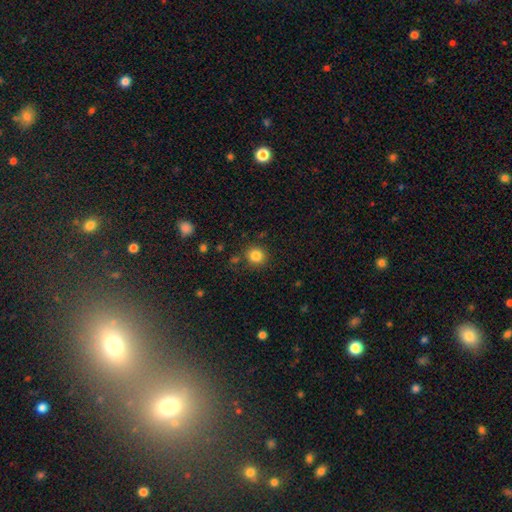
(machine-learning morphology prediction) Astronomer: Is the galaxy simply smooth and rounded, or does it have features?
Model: smooth — 84%.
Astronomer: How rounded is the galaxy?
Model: round — 91%.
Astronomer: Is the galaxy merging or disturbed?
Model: none — 85%.